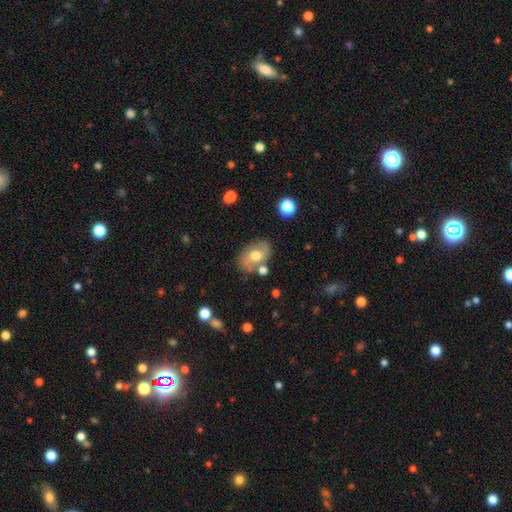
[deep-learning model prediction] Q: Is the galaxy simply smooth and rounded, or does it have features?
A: smooth — 48%.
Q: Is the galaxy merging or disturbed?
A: none — 66%.